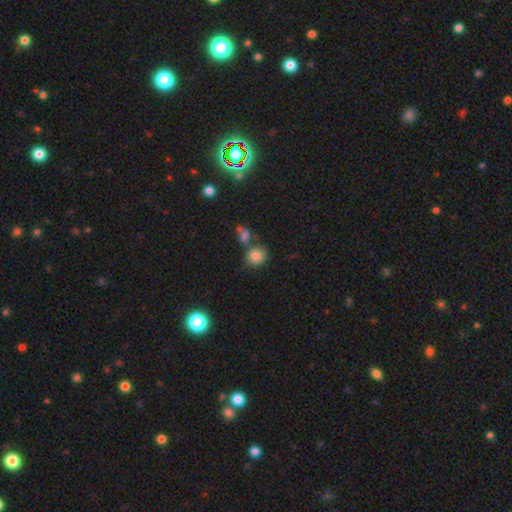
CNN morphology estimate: Smooth or featured?
  - smooth: 82% *
  - star or artifact: 11%
  - featured or disk: 7%
How rounded?
  - round: 84% *
  - in between: 15%
  - cigar-shaped: 1%
Merging?
  - none: 66% *
  - merger: 19%
  - minor disturbance: 12%
  - major disturbance: 4%